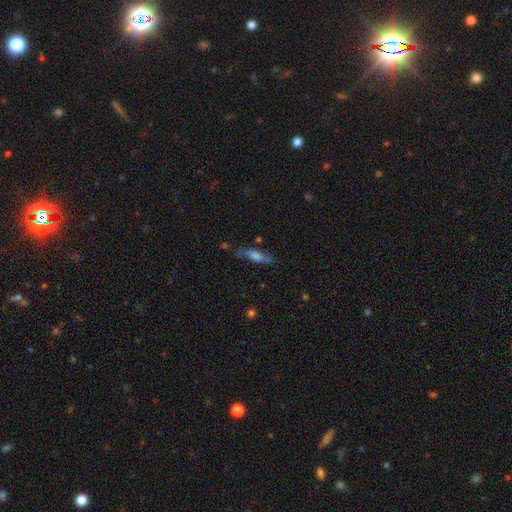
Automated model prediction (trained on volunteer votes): This is possibly a smooth galaxy (45%, tied with featured or disk). Merging: likely none (71%).